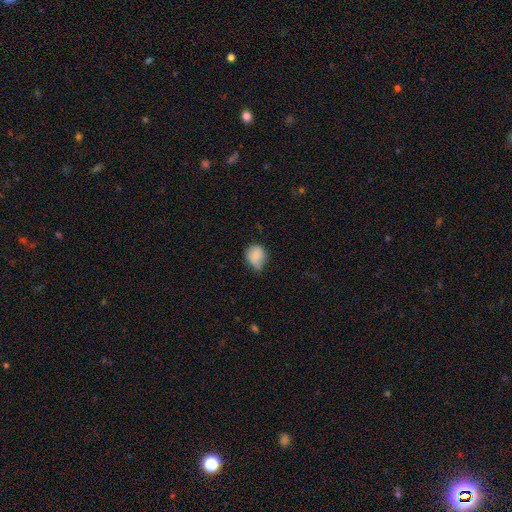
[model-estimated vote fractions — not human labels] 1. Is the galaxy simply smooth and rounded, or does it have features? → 80% smooth, 11% featured or disk, 9% star or artifact.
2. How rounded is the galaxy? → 61% round, 38% in between, 1% cigar-shaped.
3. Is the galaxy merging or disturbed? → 45% minor disturbance, 42% none, 10% major disturbance, 3% merger.